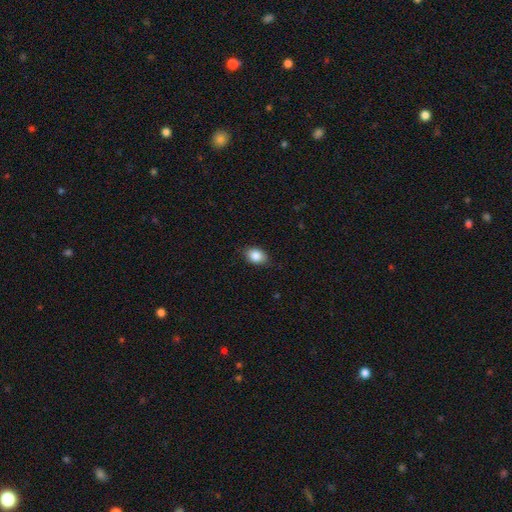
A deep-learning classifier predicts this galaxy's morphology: Smooth or featured: smooth — 87% (star or artifact — 8%)
How rounded: in between — 75% (round — 24%)
Merging: none — 82% (minor disturbance — 14%)